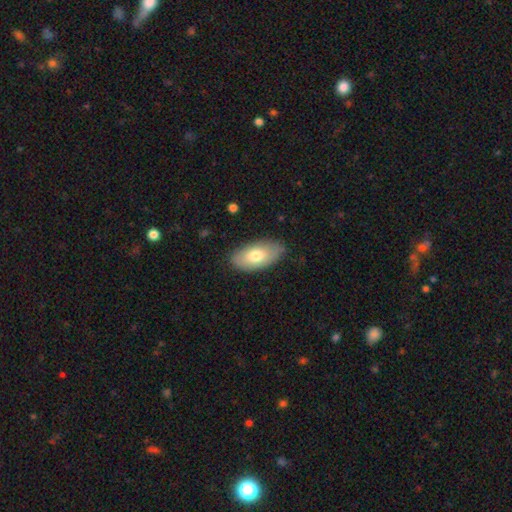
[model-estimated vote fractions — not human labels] smooth 73%, featured or disk 21%, star or artifact 6%. Down the decision tree: how rounded — in between (93%); merging — none (81%).